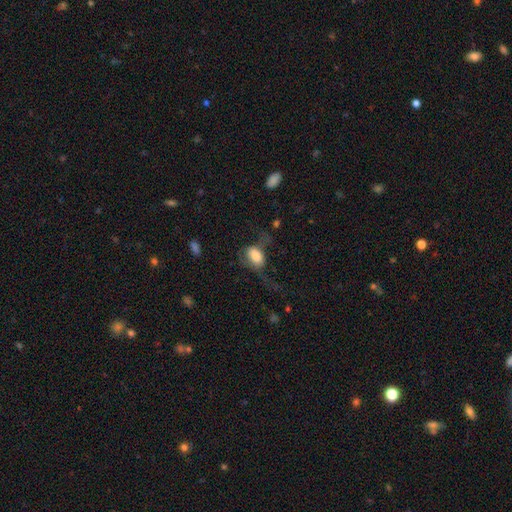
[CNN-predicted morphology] Smooth or featured: smooth — 63% (featured or disk — 29%)
How rounded: in between — 82% (round — 16%)
Merging: major disturbance — 52% (none — 26%)